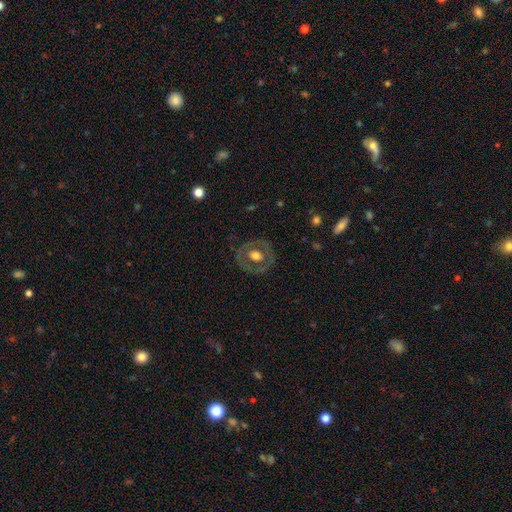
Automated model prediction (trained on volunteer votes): The model was most divided on "smooth or featured": featured or disk: 51%, smooth: 42%, star or artifact: 6%. More confident: edge-on disk — no (94%); merging — none (80%).